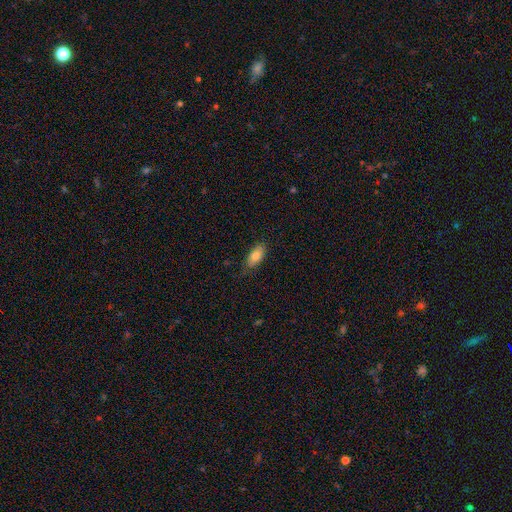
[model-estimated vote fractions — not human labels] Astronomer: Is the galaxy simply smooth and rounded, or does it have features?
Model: smooth — 81%.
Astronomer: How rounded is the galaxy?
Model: in between — 87%.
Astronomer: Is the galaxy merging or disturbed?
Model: none — 77%.